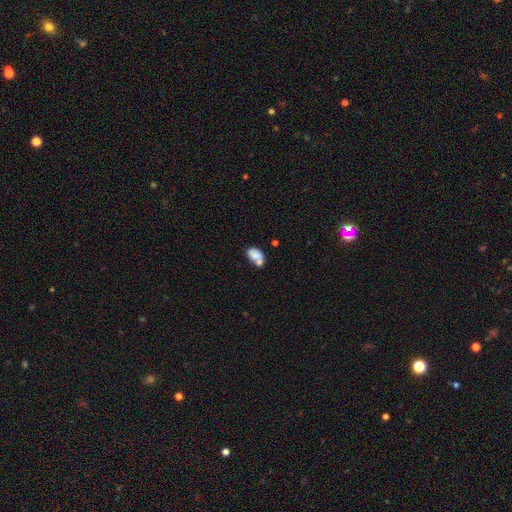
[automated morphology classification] This is likely a smooth galaxy (71%). How rounded: clearly in between (86%). Merging: possibly merger (48%).